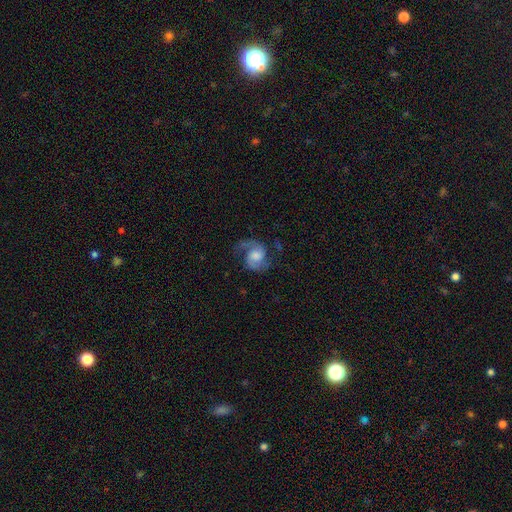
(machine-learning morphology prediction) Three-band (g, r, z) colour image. It shows a featured or disk galaxy (84%) with no bar (57%), 2 (91%) medium (53%) spiral arms (97%) and a moderate central bulge (39%). Merging: none (69%).